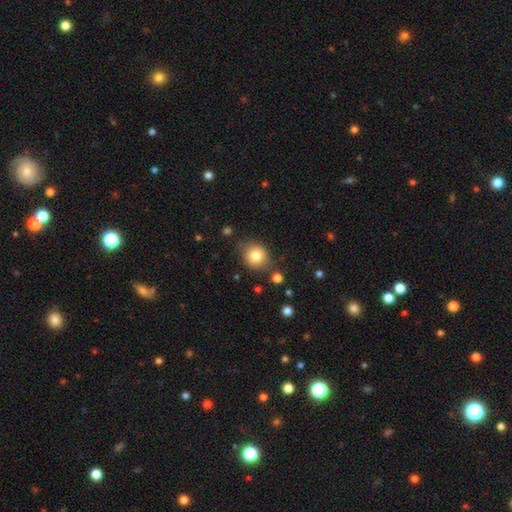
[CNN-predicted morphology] type=smooth (82%); roundness=round (77%); merging=none (78%).